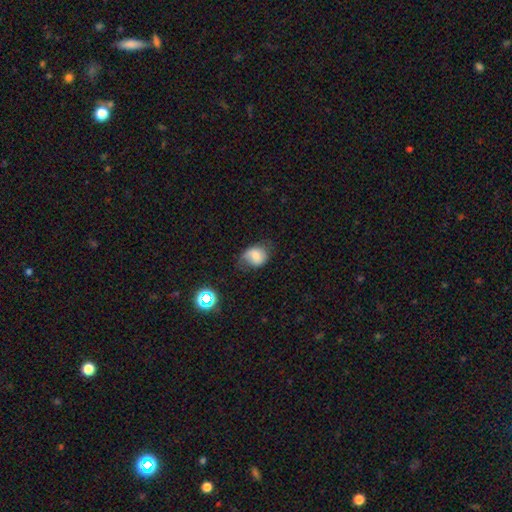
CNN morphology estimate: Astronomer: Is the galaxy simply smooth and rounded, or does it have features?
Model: smooth — 71%.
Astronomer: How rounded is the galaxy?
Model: round — 51% (runner-up: in between, 48%).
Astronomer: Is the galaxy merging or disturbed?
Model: none — 51% (runner-up: minor disturbance, 34%).